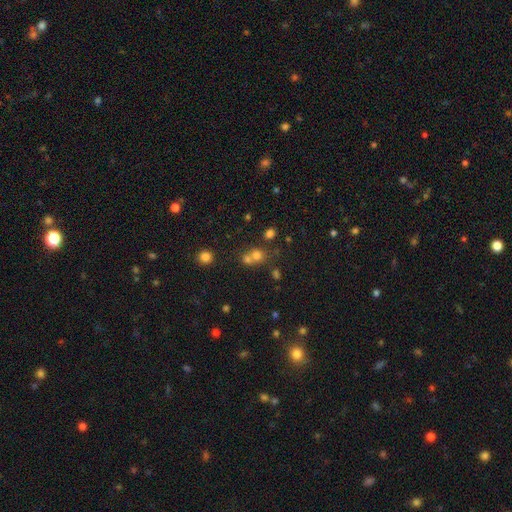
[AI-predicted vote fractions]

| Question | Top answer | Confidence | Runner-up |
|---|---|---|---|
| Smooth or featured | smooth | 61% | star or artifact (26%) |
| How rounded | round | 82% | in between (17%) |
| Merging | none | 45% | tied: merger (45%) |